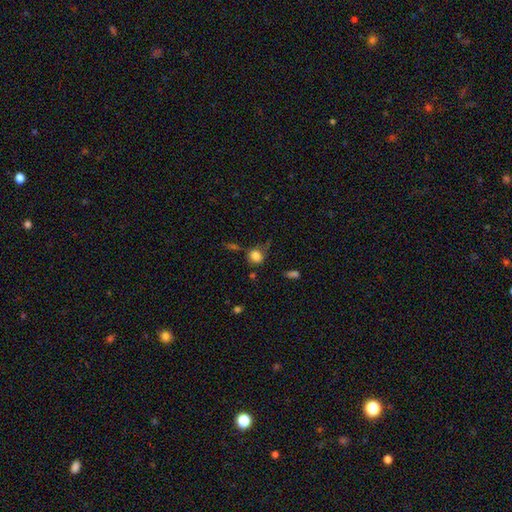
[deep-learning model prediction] Smooth or featured? Predicted: smooth (p=0.81). How rounded? Predicted: round (p=0.73). Merging? Predicted: none (p=0.55).